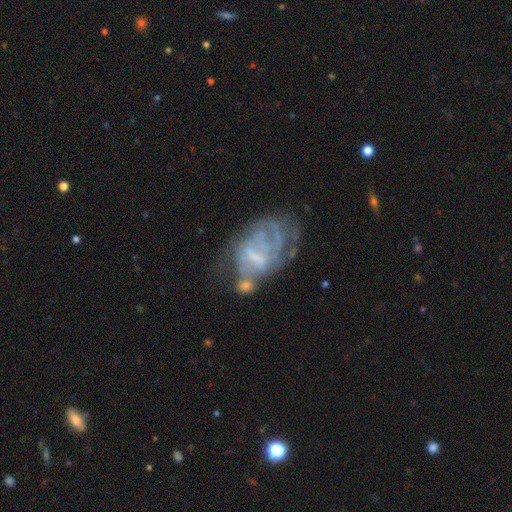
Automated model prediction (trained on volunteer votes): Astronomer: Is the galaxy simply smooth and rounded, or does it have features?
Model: featured or disk — 72%.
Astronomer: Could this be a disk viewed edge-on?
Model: no — 96%.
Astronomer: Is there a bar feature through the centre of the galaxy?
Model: weak — 45% (runner-up: no, 39%).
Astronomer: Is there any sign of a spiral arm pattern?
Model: yes — 58% (runner-up: no, 42%).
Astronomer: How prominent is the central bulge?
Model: none — 41% (runner-up: small, 36%).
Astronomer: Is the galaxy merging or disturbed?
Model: none — 32% (runner-up: major disturbance, 30%).